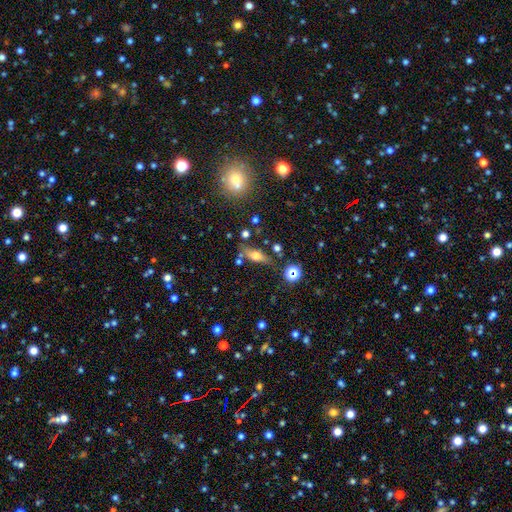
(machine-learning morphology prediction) The model was most divided on "smooth or featured": smooth: 57%, featured or disk: 31%, star or artifact: 13%. More confident: merging — none (71%); how rounded — in between (60%).